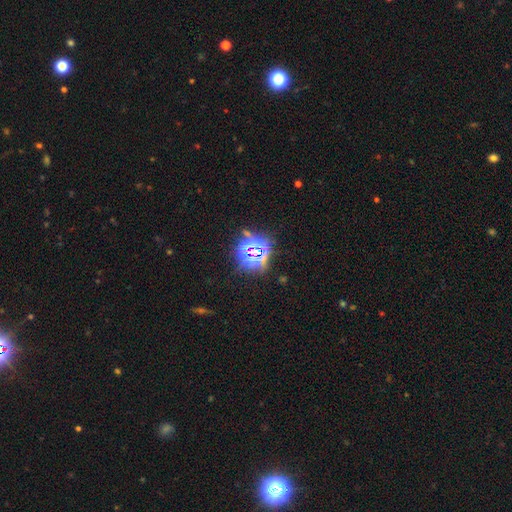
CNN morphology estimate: A star or artifact, not a galaxy (75%).